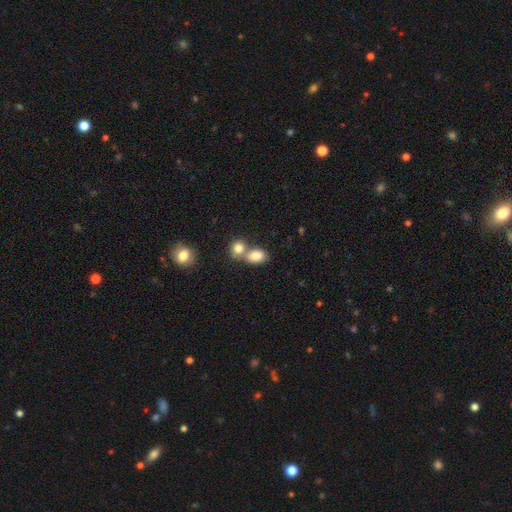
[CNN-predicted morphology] Smooth or featured?
  - smooth: 83% *
  - star or artifact: 9%
  - featured or disk: 8%
How rounded?
  - in between: 74% *
  - round: 25%
  - cigar-shaped: 2%
Merging?
  - merger: 52% *
  - none: 37%
  - minor disturbance: 8%
  - major disturbance: 3%